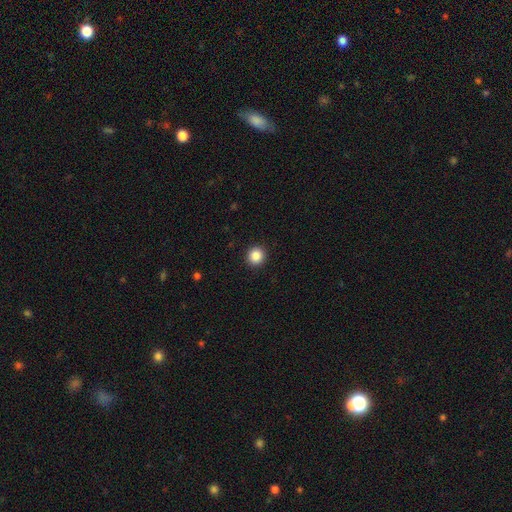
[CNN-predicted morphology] Smooth or featured? Predicted: smooth (p=0.86). How rounded? Predicted: round (p=0.93). Merging? Predicted: none (p=0.93).